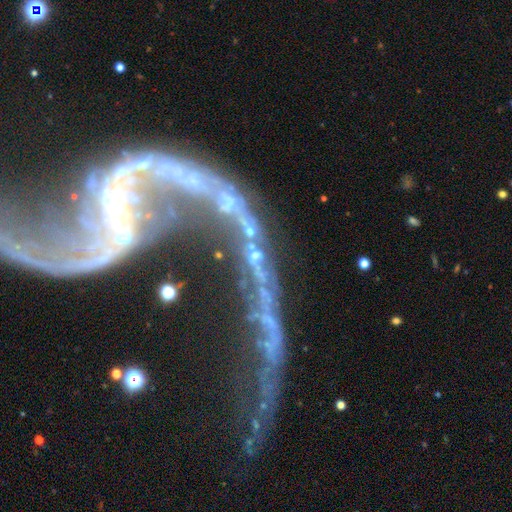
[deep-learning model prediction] Morphology: type=featured or disk (50%); edge-on=no (82%); merging=merger (43%).